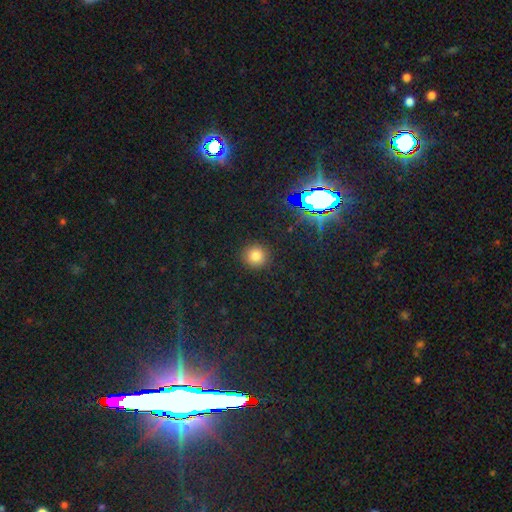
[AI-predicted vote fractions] Smooth or featured? Predicted: smooth (p=0.77). How rounded? Predicted: round (p=0.92). Merging? Predicted: none (p=0.90).